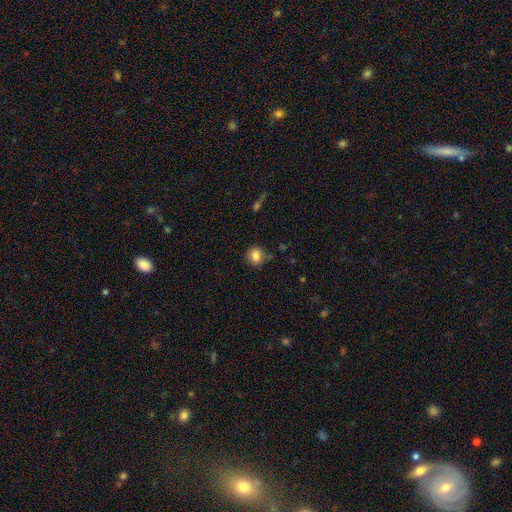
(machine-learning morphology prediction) A smooth galaxy with no disk features (84%) that is round (83%). Merging: none (82%).